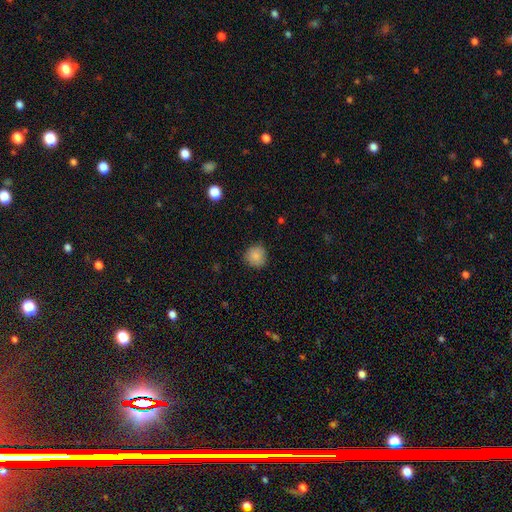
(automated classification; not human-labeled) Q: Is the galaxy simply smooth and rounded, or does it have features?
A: smooth — 86%.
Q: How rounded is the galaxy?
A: round — 91%.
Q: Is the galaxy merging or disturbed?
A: none — 85%.